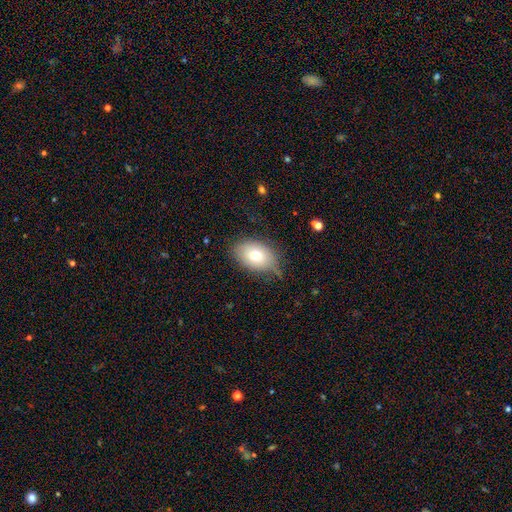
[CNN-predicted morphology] type=smooth (72%); roundness=in between (82%); merging=none (71%).